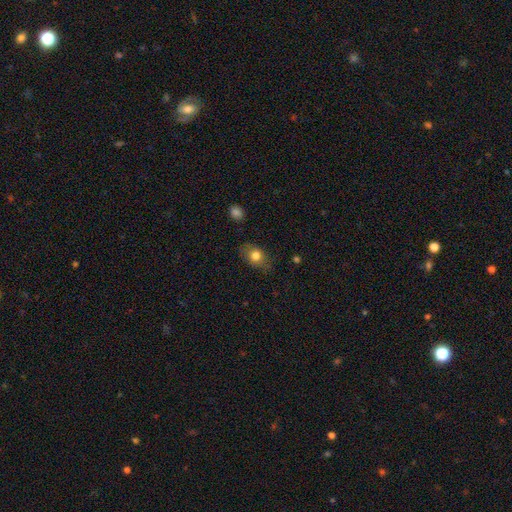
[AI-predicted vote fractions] Smooth or featured? smooth (77%)
How rounded? in between (69%)
Merging? none (77%)